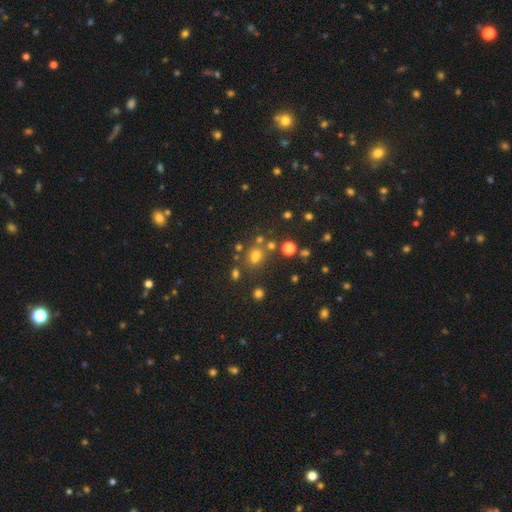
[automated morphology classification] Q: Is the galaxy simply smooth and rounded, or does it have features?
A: smooth — 60%.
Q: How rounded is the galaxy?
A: round — 61%.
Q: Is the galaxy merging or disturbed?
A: none — 68%.